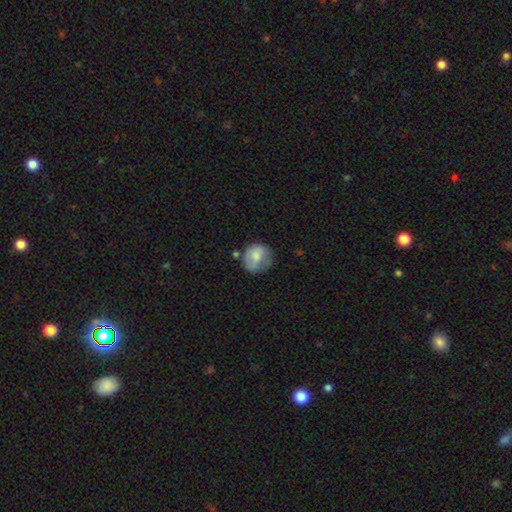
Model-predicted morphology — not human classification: A smooth galaxy with no disk features (69%) that is round (83%). Merging: none (57%).